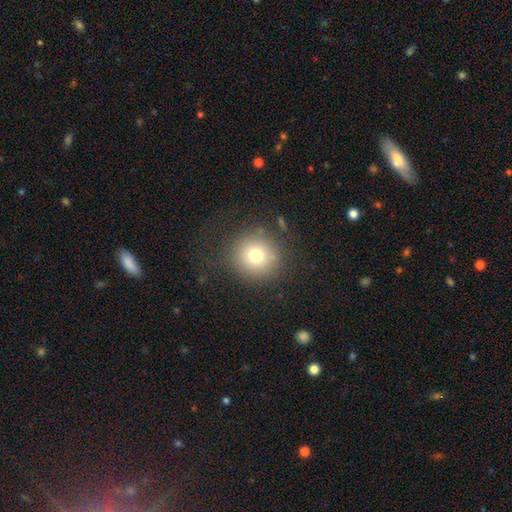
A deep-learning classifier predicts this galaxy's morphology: smooth-or-featured: smooth: 75% | star or artifact: 13% | featured or disk: 12%
  how-rounded: round: 92% | in between: 7% | cigar-shaped: 1%
  merging: none: 82% | minor disturbance: 11% | major disturbance: 5% | merger: 2%